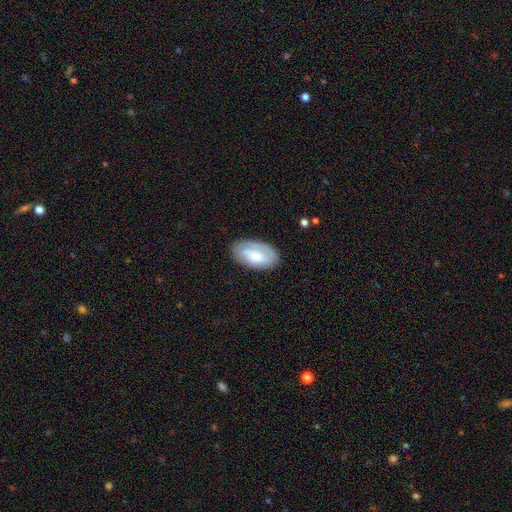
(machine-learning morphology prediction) smooth_or_featured: smooth (p=0.57) [alt: featured or disk p=0.36]
how_rounded: in between (p=0.94) [alt: round p=0.04]
merging: none (p=0.77) [alt: minor disturbance p=0.17]